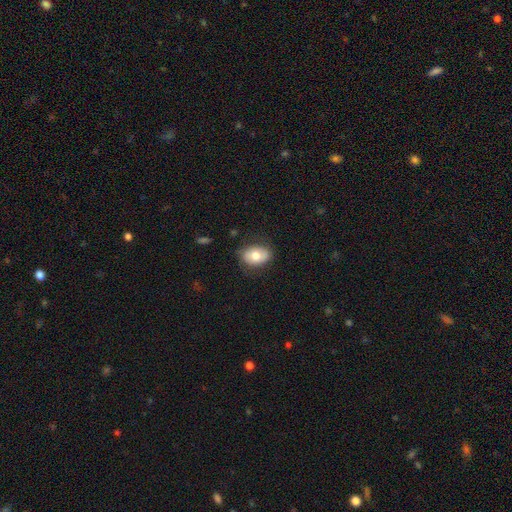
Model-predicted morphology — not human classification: smooth-or-featured: smooth: 73% | featured or disk: 19% | star or artifact: 7%
  how-rounded: in between: 79% | round: 20% | cigar-shaped: 1%
  merging: none: 77% | minor disturbance: 18% | major disturbance: 4% | merger: 1%